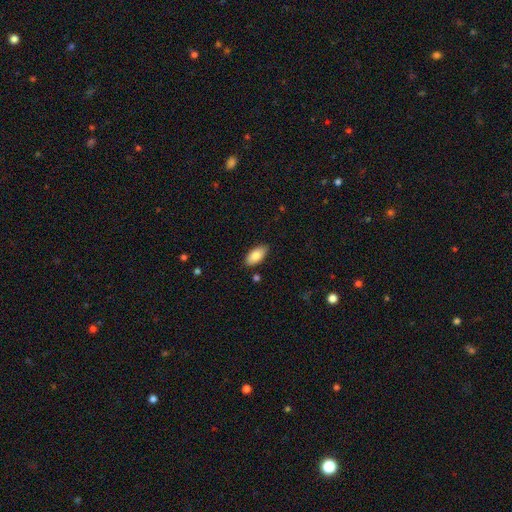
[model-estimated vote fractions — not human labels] This is clearly a smooth galaxy (85%). How rounded: clearly in between (93%). Merging: clearly none (85%).